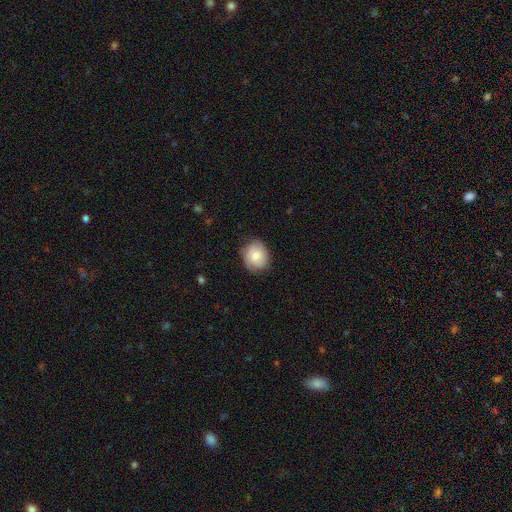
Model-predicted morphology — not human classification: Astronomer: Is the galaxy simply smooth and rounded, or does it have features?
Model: smooth — 77%.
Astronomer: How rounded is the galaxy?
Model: round — 67%.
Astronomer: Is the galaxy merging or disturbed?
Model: none — 78%.